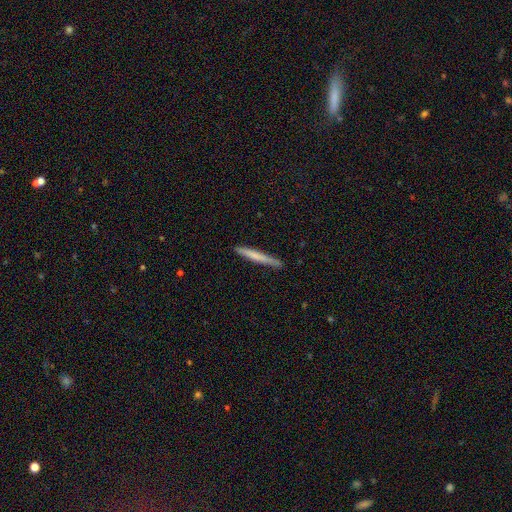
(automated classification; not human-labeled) Smooth or featured? smooth (63%)
How rounded? cigar-shaped (97%)
Merging? none (89%)